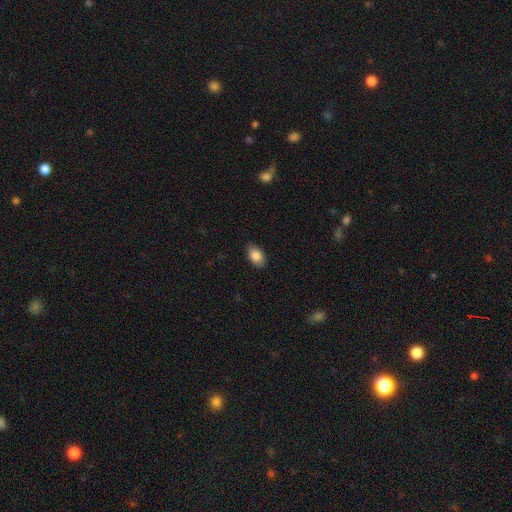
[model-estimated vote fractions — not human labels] Smooth or featured: smooth — 84% (featured or disk — 9%)
How rounded: in between — 90% (round — 9%)
Merging: none — 87% (minor disturbance — 10%)